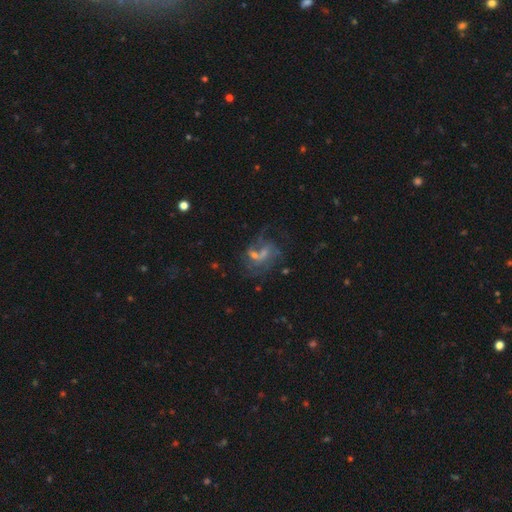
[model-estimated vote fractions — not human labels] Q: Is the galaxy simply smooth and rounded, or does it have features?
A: featured or disk — 60%.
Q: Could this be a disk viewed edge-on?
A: no — 97%.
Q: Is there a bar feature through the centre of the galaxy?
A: no — 48%.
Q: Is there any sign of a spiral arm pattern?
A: yes — 67%.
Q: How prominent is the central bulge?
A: small — 44%.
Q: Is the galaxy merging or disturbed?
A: none — 43%.